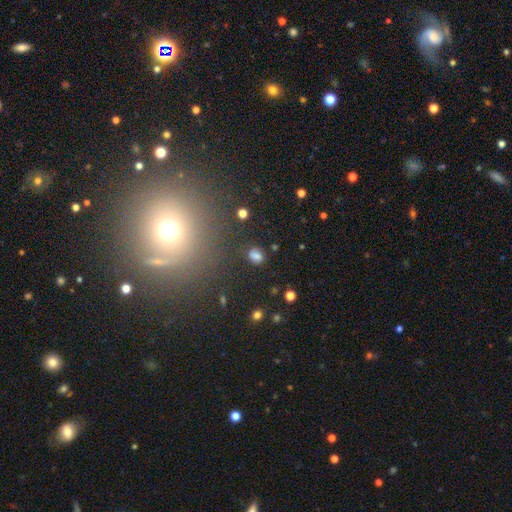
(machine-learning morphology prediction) smooth 77%, star or artifact 16%, featured or disk 7%. Down the decision tree: how rounded — in between (60%); merging — none (79%).